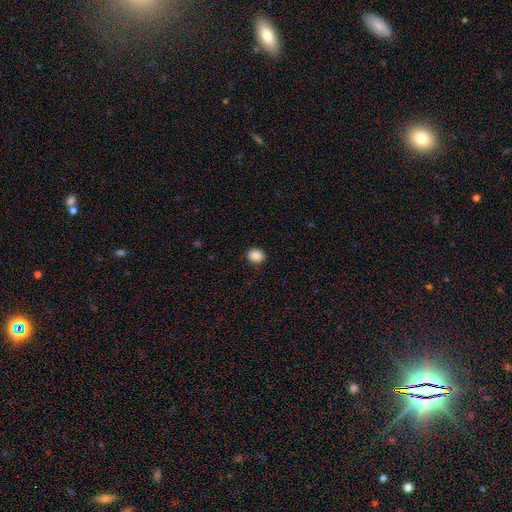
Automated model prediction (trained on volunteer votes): Smooth or featured? smooth (89%)
How rounded? round (61%)
Merging? none (90%)